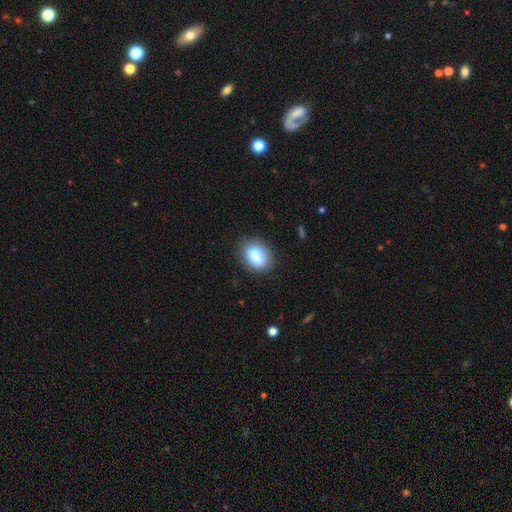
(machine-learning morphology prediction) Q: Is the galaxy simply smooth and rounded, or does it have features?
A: smooth — 83%.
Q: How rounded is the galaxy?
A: in between — 75%.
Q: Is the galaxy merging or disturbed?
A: none — 80%.